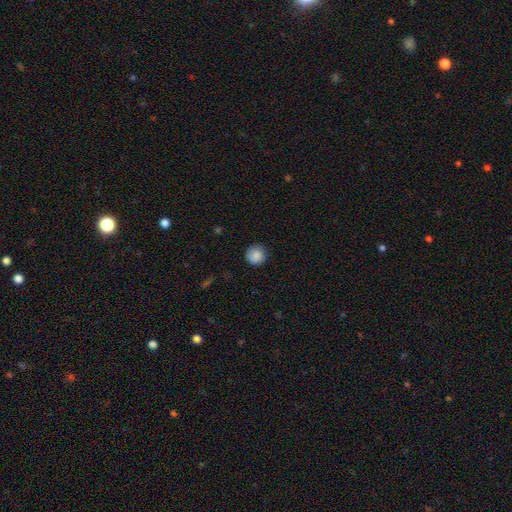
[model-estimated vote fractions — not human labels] Smooth or featured?
  - smooth: 85% *
  - star or artifact: 8%
  - featured or disk: 6%
How rounded?
  - round: 92% *
  - in between: 7%
  - cigar-shaped: 1%
Merging?
  - none: 81% *
  - minor disturbance: 15%
  - major disturbance: 3%
  - merger: 1%